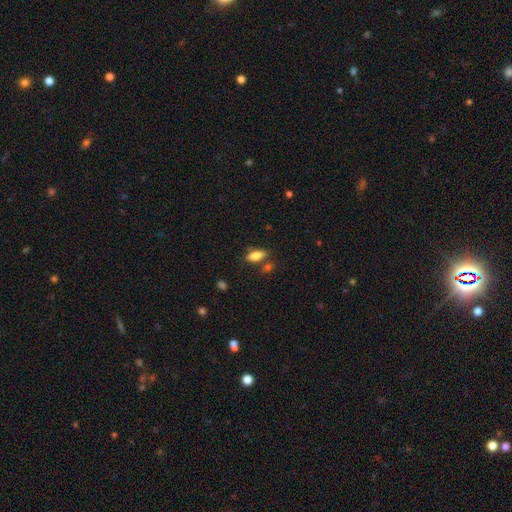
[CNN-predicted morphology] A smooth galaxy with no disk features (80%) that is in between round and cigar-shaped (78%).

Vote fractions:
- Smooth or featured? smooth: 80% / featured or disk: 12% / star or artifact: 8%
- How rounded? in between: 78% / cigar-shaped: 19% / round: 3%
- Merging? none: 71% / minor disturbance: 15% / merger: 11% / major disturbance: 4%